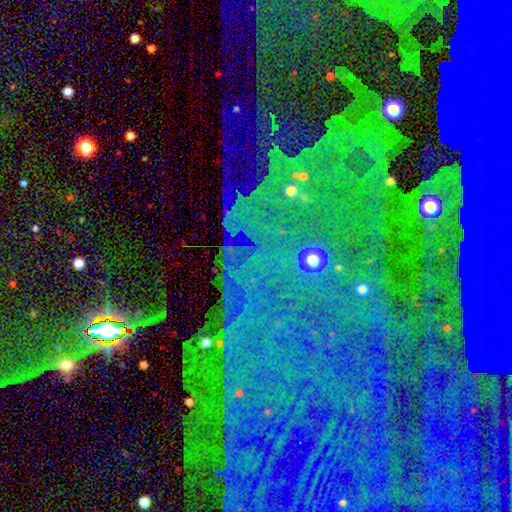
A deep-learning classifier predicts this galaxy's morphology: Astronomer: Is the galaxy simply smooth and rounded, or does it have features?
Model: star or artifact — 82%.